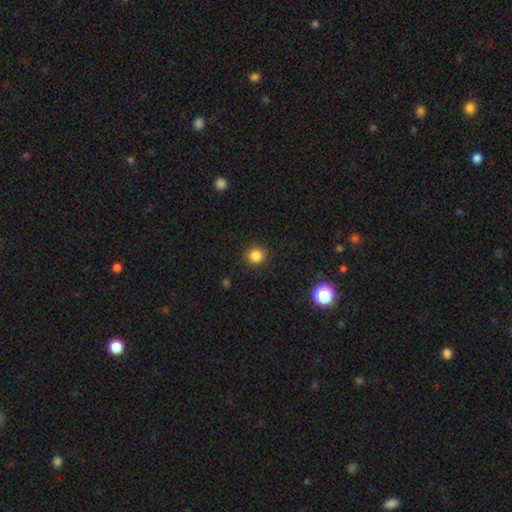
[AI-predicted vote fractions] A smooth galaxy with no disk features (84%) that is round (92%).

Vote fractions:
- Smooth or featured? smooth: 84% / star or artifact: 12% / featured or disk: 4%
- How rounded? round: 92% / in between: 8% / cigar-shaped: 1%
- Merging? none: 91% / minor disturbance: 6% / major disturbance: 2% / merger: 1%